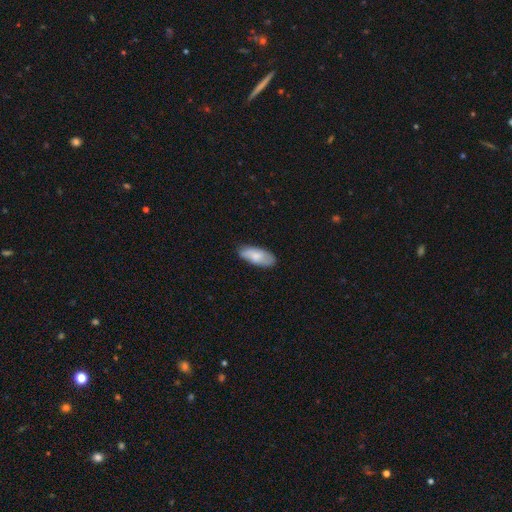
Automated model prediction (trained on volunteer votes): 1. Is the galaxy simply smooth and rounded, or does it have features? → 75% smooth, 19% featured or disk, 6% star or artifact.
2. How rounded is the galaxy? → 82% in between, 16% cigar-shaped, 2% round.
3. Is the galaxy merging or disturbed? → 78% none, 18% minor disturbance, 3% major disturbance, 1% merger.